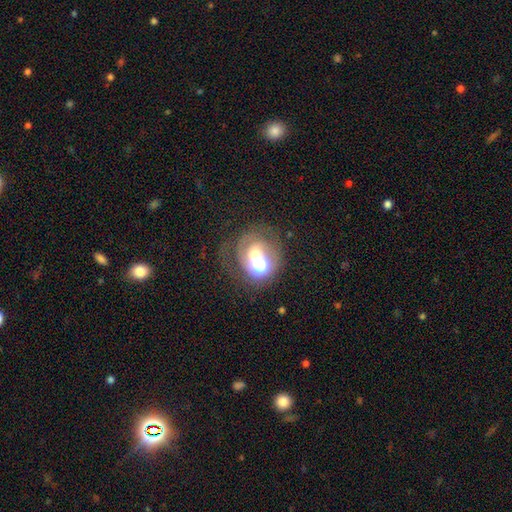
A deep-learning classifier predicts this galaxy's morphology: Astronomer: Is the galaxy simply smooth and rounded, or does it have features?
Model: featured or disk — 40% (runner-up: smooth, 39%).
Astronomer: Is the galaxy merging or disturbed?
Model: none — 41% (runner-up: major disturbance, 23%).